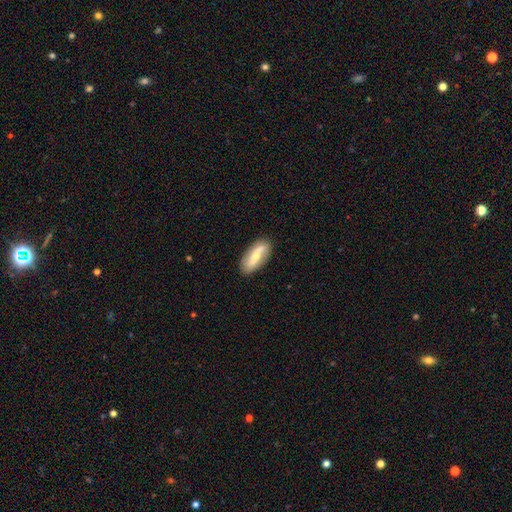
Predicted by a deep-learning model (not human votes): Smooth or featured? featured or disk (54%)
Edge-on disk? no (82%)
Merging? none (86%)